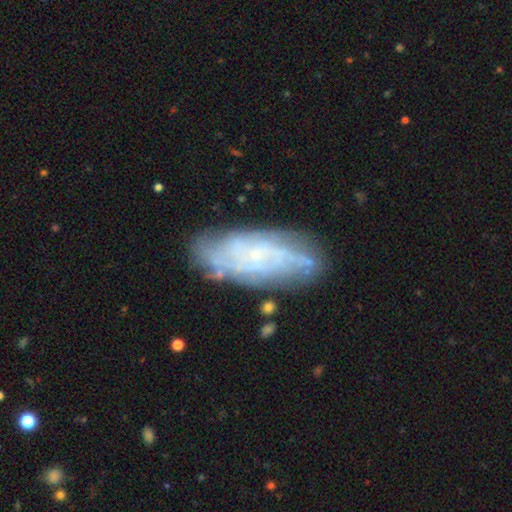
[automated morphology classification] featured or disk 74%, smooth 19%, star or artifact 7%. Down the decision tree: edge-on disk — no (89%); bar — no (75%); spiral arms — yes (87%); spiral arm count — can't tell (49%); spiral winding — tight (58%); bulge size — small (82%); merging — none (75%).